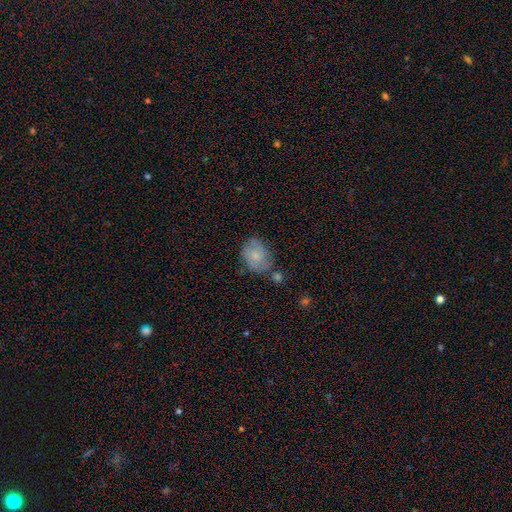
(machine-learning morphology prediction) Smooth or featured?
  - smooth: 60% *
  - featured or disk: 32%
  - star or artifact: 8%
How rounded?
  - in between: 56% *
  - round: 43%
  - cigar-shaped: 1%
Merging?
  - none: 58% *
  - minor disturbance: 25%
  - merger: 10%
  - major disturbance: 7%